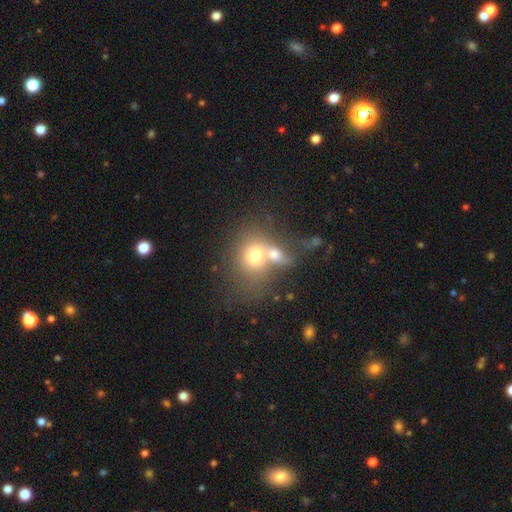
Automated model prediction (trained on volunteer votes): smooth_or_featured: smooth (p=0.65) [alt: featured or disk p=0.23]
how_rounded: round (p=0.62) [alt: in between p=0.36]
merging: merger (p=0.65) [alt: none p=0.21]